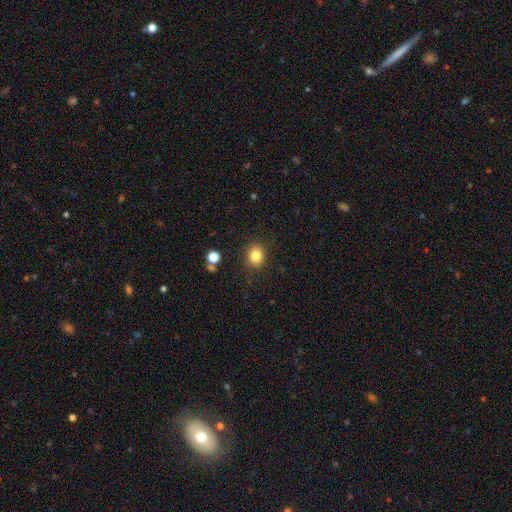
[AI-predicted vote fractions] Overall: smooth (83%). How rounded: round (66%; in between 34%). Merging: none (87%).